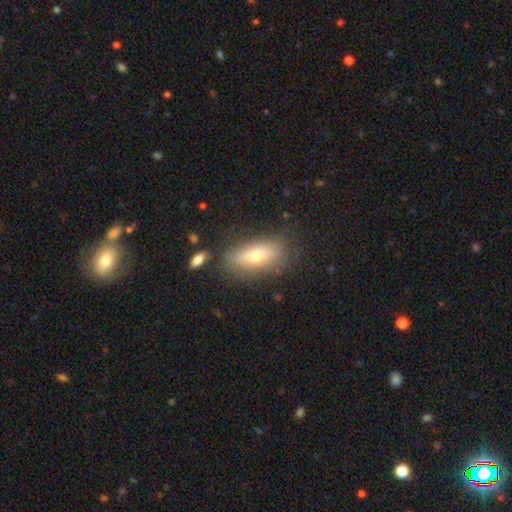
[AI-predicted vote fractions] smooth-or-featured: smooth: 65% | featured or disk: 26% | star or artifact: 9%
  how-rounded: in between: 77% | cigar-shaped: 19% | round: 4%
  merging: none: 76% | minor disturbance: 15% | major disturbance: 5% | merger: 4%